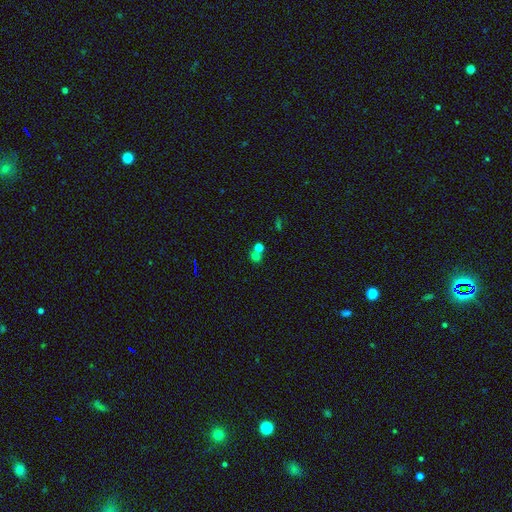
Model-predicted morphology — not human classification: Smooth or featured? smooth (68%)
How rounded? round (78%)
Merging? merger (47%)